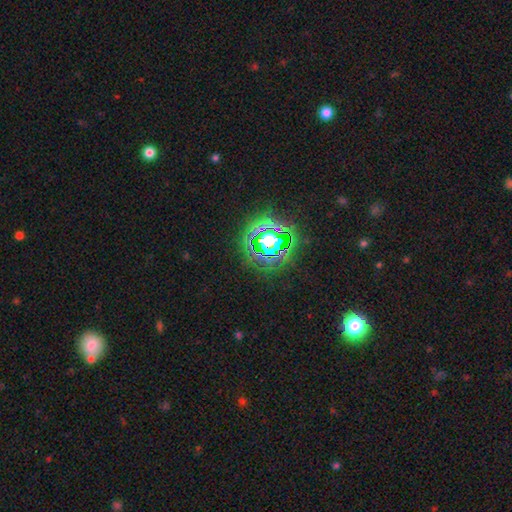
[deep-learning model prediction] Smooth or featured? star or artifact (82%)